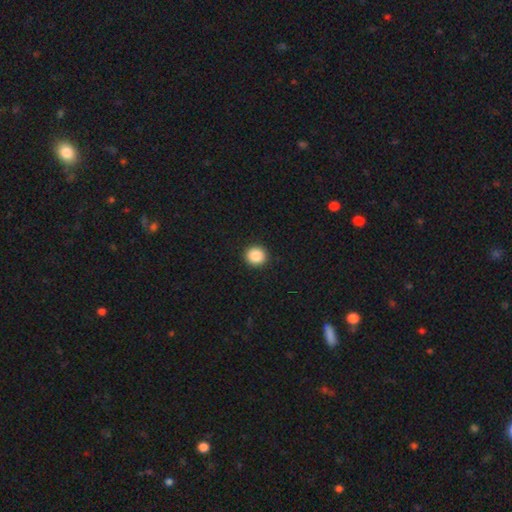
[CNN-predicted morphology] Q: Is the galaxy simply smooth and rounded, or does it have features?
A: smooth — 88%.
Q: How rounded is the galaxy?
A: round — 92%.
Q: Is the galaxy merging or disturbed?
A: none — 93%.